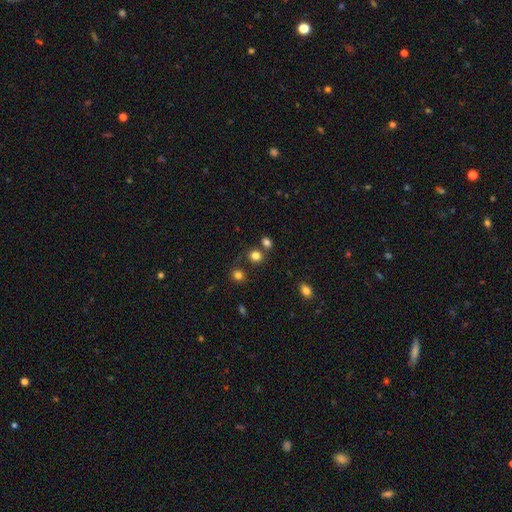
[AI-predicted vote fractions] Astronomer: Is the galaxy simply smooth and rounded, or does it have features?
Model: smooth — 80%.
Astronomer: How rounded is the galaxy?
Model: round — 80%.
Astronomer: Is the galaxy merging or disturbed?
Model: none — 70%.